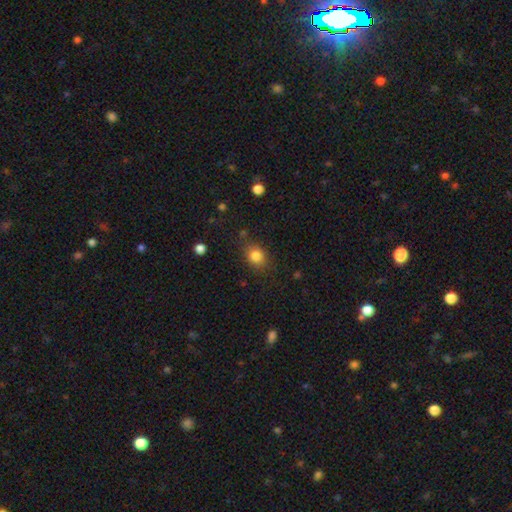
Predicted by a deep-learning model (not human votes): smooth 83%, star or artifact 11%, featured or disk 6%. Down the decision tree: how rounded — round (55%); merging — none (78%).